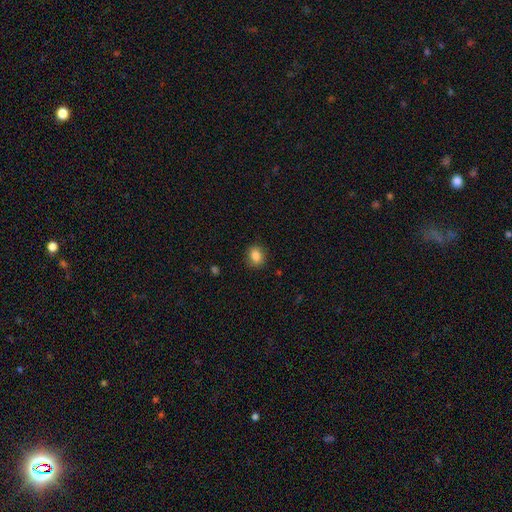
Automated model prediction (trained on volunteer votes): Overall: smooth (86%). How rounded: in between (56%; round 43%). Merging: none (86%).